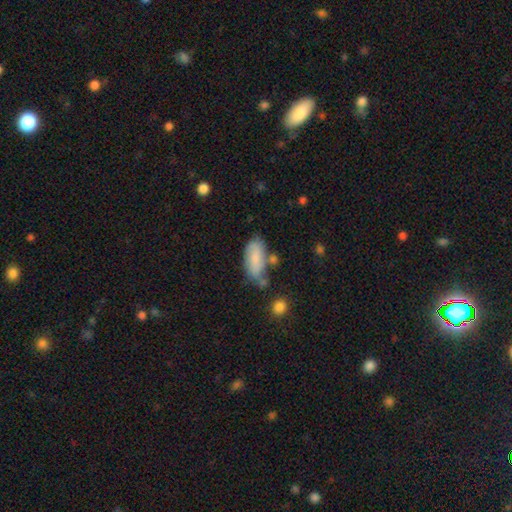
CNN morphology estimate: Smooth or featured: smooth — 70% (featured or disk — 23%)
How rounded: in between — 88% (cigar-shaped — 9%)
Merging: none — 50% (minor disturbance — 28%)